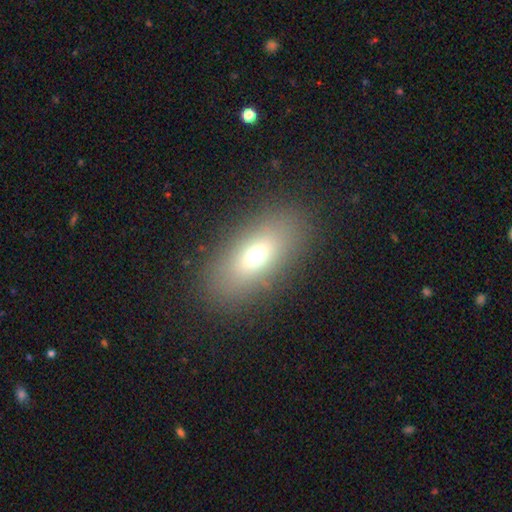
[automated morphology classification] The model was most divided on "smooth or featured": smooth: 67%, featured or disk: 21%, star or artifact: 12%. More confident: merging — none (86%); how rounded — in between (84%).